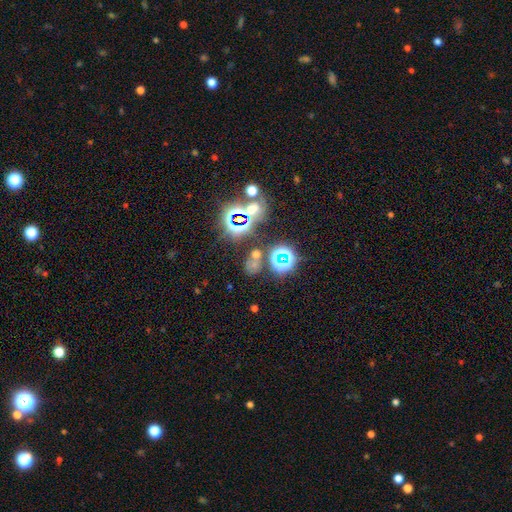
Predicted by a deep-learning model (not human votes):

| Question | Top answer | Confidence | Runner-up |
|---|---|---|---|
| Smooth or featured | star or artifact | 64% | smooth (26%) |